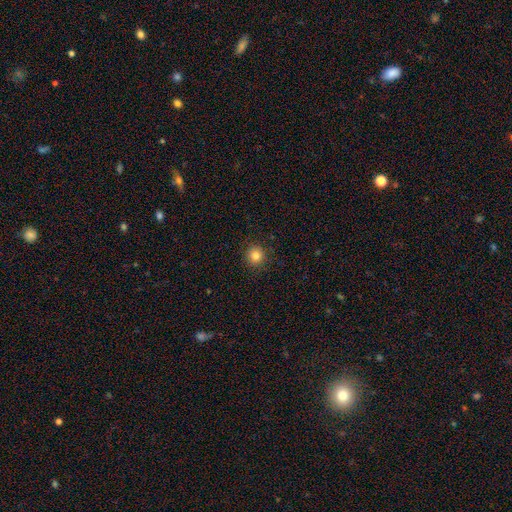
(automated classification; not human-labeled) A smooth galaxy with no disk features (82%) that is round (94%).

Vote fractions:
- Smooth or featured? smooth: 82% / star or artifact: 12% / featured or disk: 6%
- How rounded? round: 94% / in between: 5% / cigar-shaped: 1%
- Merging? none: 91% / minor disturbance: 6% / major disturbance: 2% / merger: 1%